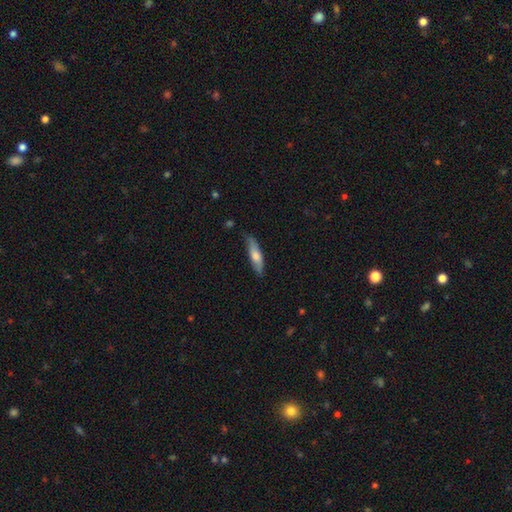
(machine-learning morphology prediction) Smooth or featured: smooth — 66% (featured or disk — 28%)
How rounded: cigar-shaped — 66% (in between — 32%)
Merging: none — 76% (minor disturbance — 19%)